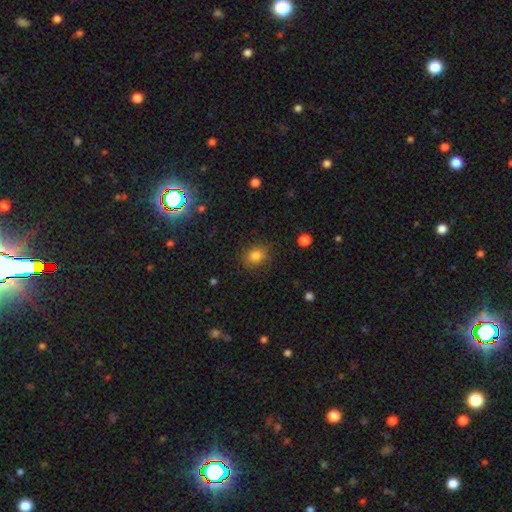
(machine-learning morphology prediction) type=smooth (81%); roundness=round (70%); merging=none (83%).